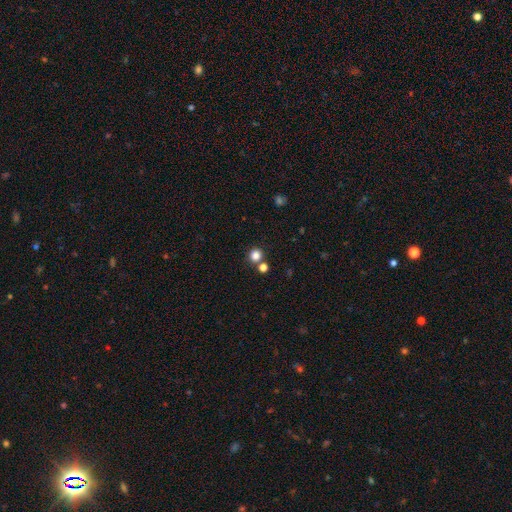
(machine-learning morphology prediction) Q: Smooth or featured?
A: smooth (81%); runner-up: star or artifact (14%)
Q: How rounded?
A: round (93%); runner-up: in between (6%)
Q: Merging?
A: none (75%); runner-up: merger (15%)